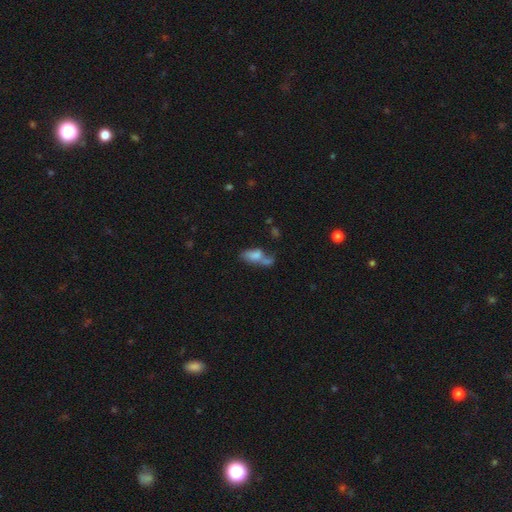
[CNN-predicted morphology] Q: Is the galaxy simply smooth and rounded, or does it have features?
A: smooth — 66%.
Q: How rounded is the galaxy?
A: in between — 80%.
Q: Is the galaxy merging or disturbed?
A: merger — 40%.